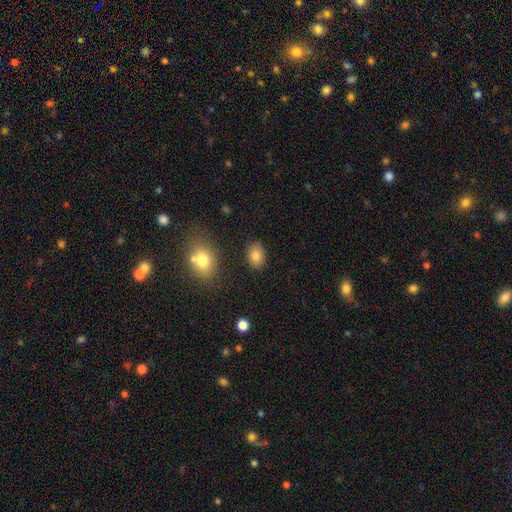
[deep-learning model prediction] A smooth galaxy with no disk features (82%) that is in between round and cigar-shaped (72%). Merging: none (84%).